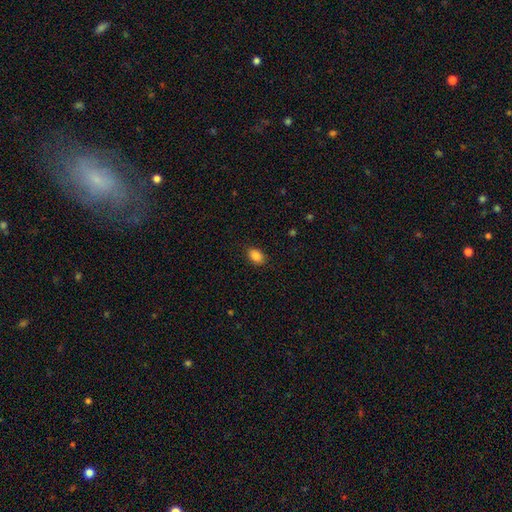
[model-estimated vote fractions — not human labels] Smooth or featured: smooth — 87% (star or artifact — 9%)
How rounded: in between — 81% (round — 18%)
Merging: none — 88% (minor disturbance — 9%)